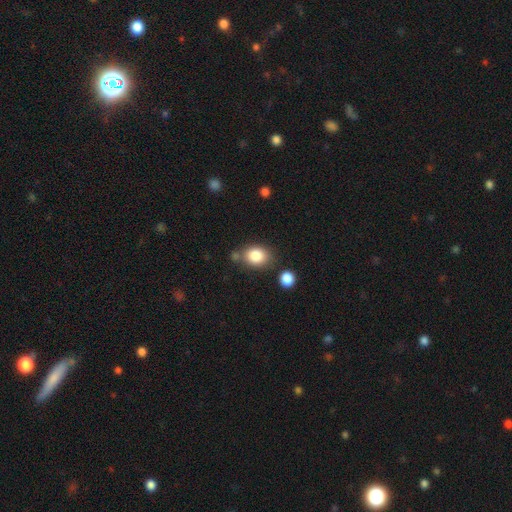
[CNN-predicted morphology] This is clearly a smooth galaxy (85%). How rounded: possibly in between (59%). Merging: likely none (66%).